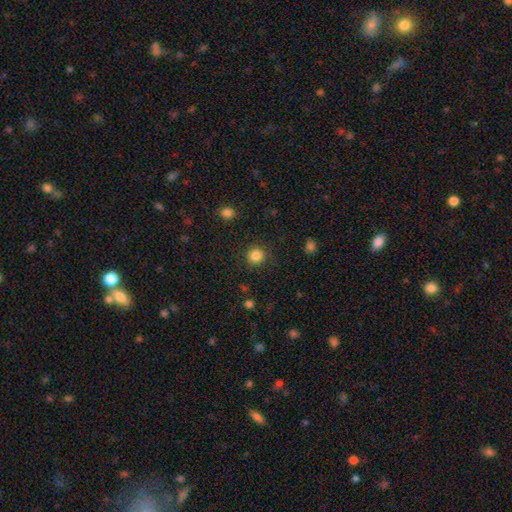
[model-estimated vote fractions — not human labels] smooth_or_featured: smooth (p=0.85) [alt: star or artifact p=0.11]
how_rounded: round (p=0.93) [alt: in between p=0.06]
merging: none (p=0.89) [alt: minor disturbance p=0.07]